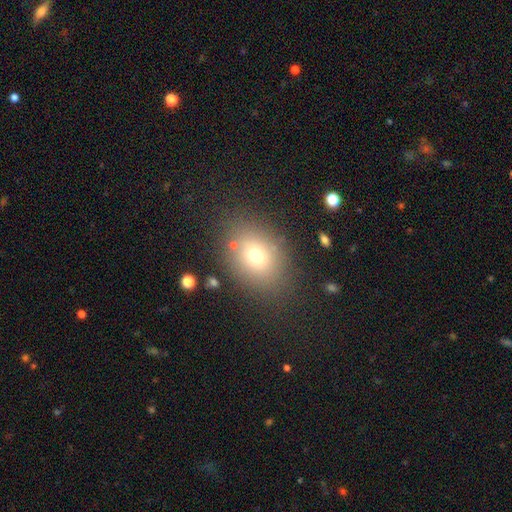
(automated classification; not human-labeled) Q: Smooth or featured?
A: smooth (70%); runner-up: star or artifact (17%)
Q: How rounded?
A: in between (65%); runner-up: round (34%)
Q: Merging?
A: none (82%); runner-up: minor disturbance (11%)